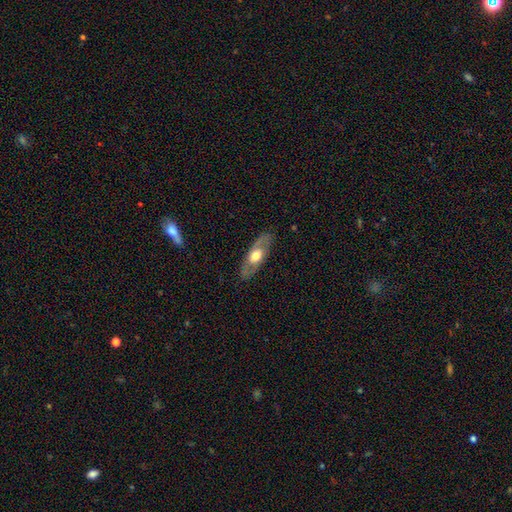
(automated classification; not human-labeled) This is possibly a featured or disk galaxy (53%). It is likely not viewed edge-on (66%). Merging: clearly none (84%).